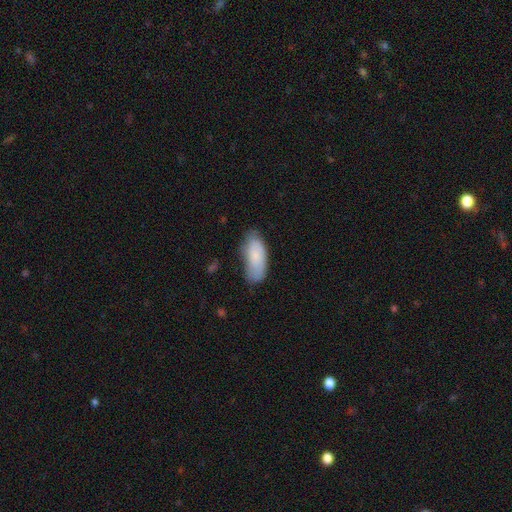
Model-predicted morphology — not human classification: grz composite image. It shows a smooth galaxy with no disk features (78%) that is in between round and cigar-shaped (85%). Merging: none (61%).